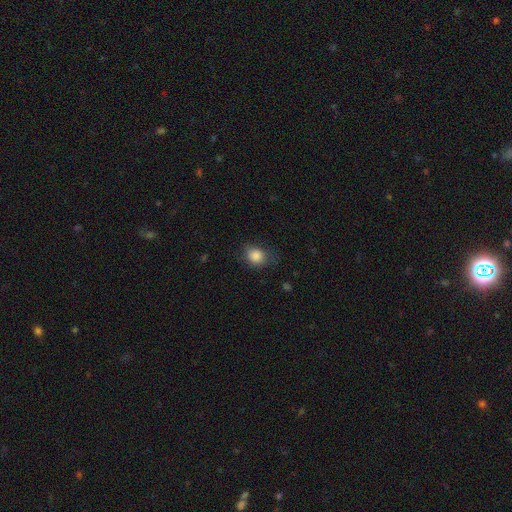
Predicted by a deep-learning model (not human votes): Q: Smooth or featured?
A: smooth (86%); runner-up: star or artifact (9%)
Q: How rounded?
A: round (63%); runner-up: in between (36%)
Q: Merging?
A: none (69%); runner-up: minor disturbance (22%)